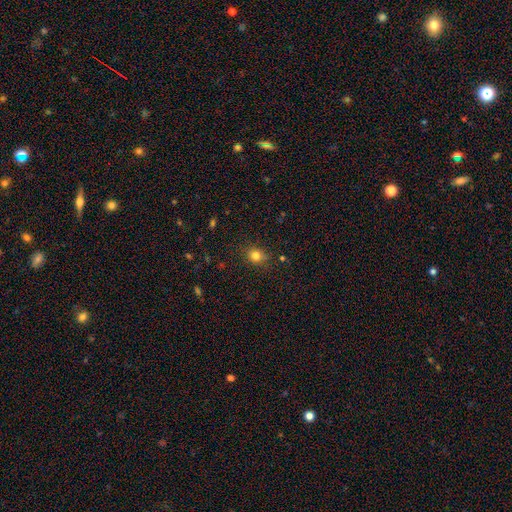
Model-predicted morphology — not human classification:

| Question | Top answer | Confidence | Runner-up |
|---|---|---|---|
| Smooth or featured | smooth | 80% | star or artifact (13%) |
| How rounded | round | 66% | in between (33%) |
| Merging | none | 83% | minor disturbance (12%) |